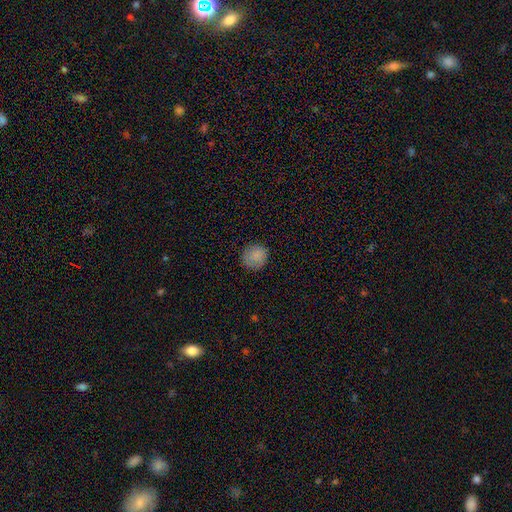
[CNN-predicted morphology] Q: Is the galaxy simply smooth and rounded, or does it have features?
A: smooth — 86%.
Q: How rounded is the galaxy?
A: round — 86%.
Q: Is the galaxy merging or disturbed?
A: none — 86%.